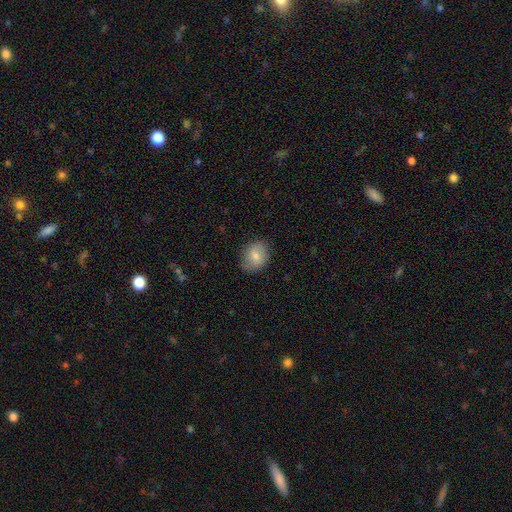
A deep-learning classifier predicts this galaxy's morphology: Smooth or featured: smooth — 74% (featured or disk — 18%)
How rounded: in between — 58% (round — 41%)
Merging: none — 80% (minor disturbance — 15%)